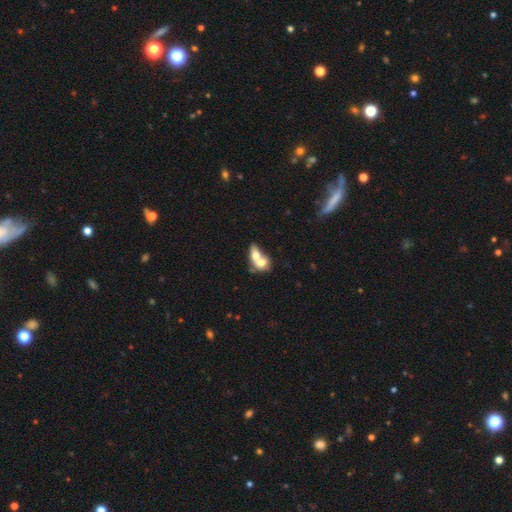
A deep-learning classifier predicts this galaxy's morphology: The model was most divided on "smooth or featured": smooth: 65%, featured or disk: 28%, star or artifact: 7%. More confident: merging — merger (77%); how rounded — in between (70%).